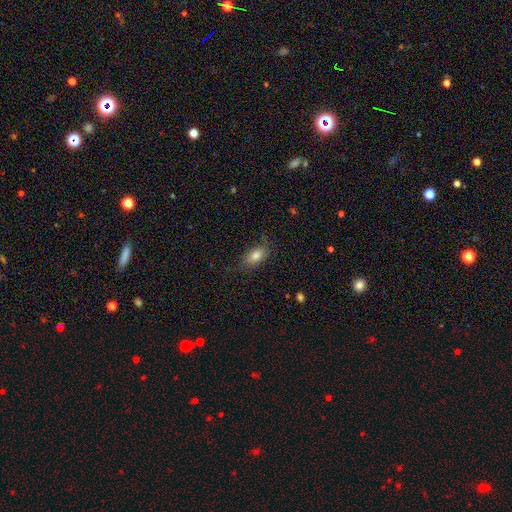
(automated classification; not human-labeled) A smooth galaxy with no disk features (81%) that is in between round and cigar-shaped (87%). Merging: none (77%).